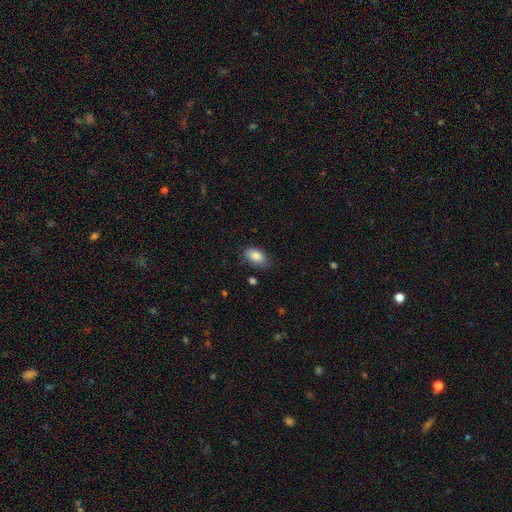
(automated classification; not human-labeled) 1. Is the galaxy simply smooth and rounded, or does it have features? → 85% smooth, 8% featured or disk, 7% star or artifact.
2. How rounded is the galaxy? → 92% in between, 6% round, 2% cigar-shaped.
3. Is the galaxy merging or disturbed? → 79% none, 16% minor disturbance, 3% major disturbance, 2% merger.